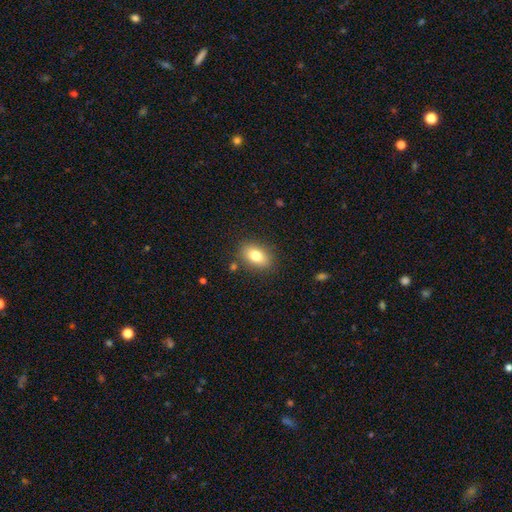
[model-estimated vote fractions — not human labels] This is likely a smooth galaxy (80%). How rounded: clearly in between (86%). Merging: clearly none (85%).